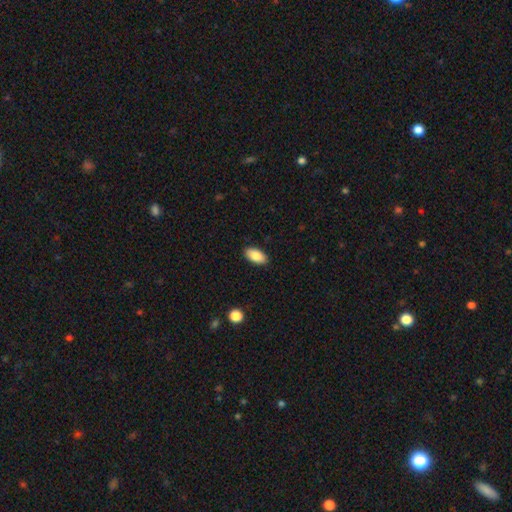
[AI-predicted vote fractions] smooth_or_featured: smooth (p=0.86) [alt: star or artifact p=0.07]
how_rounded: in between (p=0.94) [alt: cigar-shaped p=0.03]
merging: none (p=0.89) [alt: minor disturbance p=0.08]